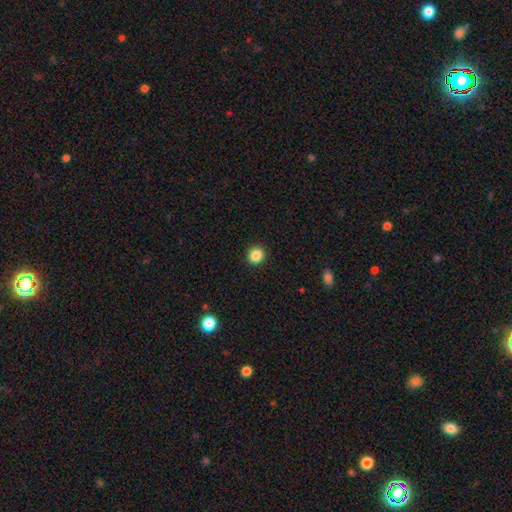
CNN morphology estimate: This is clearly a smooth galaxy (87%). How rounded: likely round (77%). Merging: clearly none (92%).